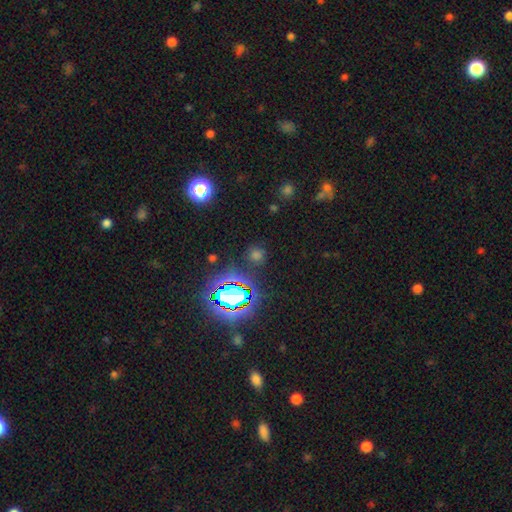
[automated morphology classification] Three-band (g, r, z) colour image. It shows a star or artifact, not a galaxy (50%).